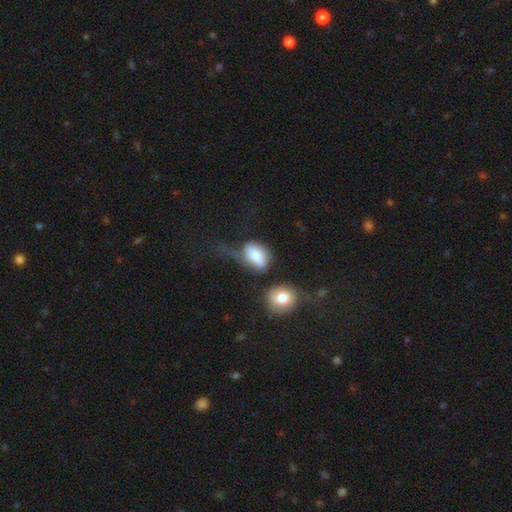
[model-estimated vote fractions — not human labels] Smooth or featured? smooth (68%)
How rounded? in between (80%)
Merging? major disturbance (41%)